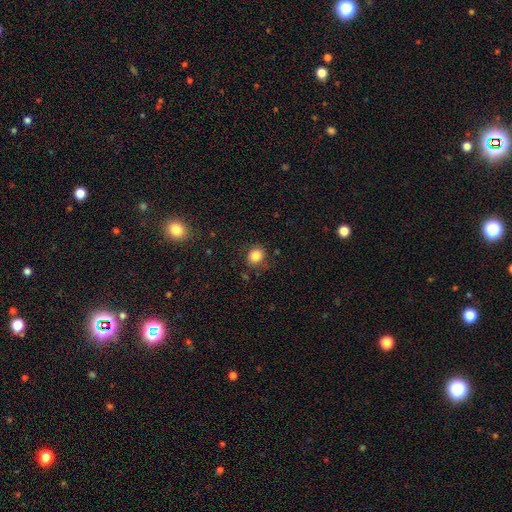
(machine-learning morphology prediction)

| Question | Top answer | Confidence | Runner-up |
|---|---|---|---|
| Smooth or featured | smooth | 84% | star or artifact (11%) |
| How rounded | round | 68% | in between (31%) |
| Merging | none | 79% | minor disturbance (15%) |